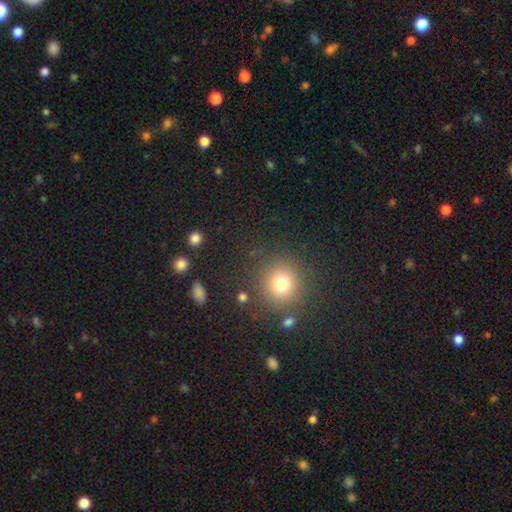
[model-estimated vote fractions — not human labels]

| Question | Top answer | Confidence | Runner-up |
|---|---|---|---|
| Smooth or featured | smooth | 60% | star or artifact (34%) |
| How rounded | round | 93% | in between (6%) |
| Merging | none | 89% | minor disturbance (6%) |